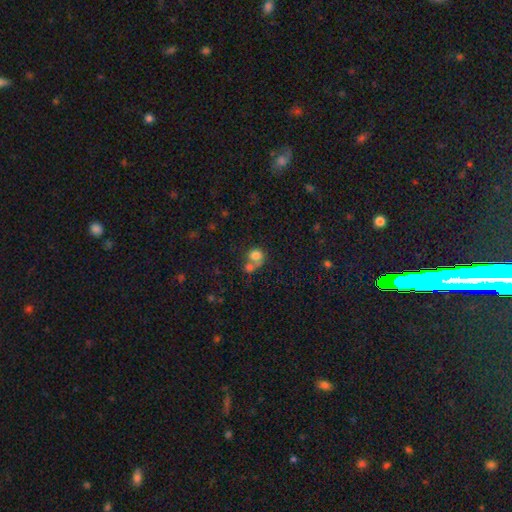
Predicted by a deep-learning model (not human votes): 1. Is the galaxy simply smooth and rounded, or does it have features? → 76% smooth, 13% featured or disk, 11% star or artifact.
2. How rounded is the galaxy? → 69% round, 30% in between, 1% cigar-shaped.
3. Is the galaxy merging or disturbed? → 56% merger, 29% none, 9% minor disturbance, 6% major disturbance.